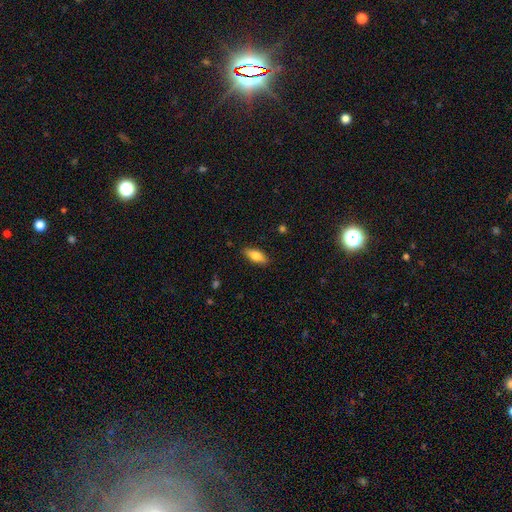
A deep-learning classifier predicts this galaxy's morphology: Smooth or featured?
  - smooth: 75% *
  - featured or disk: 18%
  - star or artifact: 7%
How rounded?
  - in between: 71% *
  - cigar-shaped: 26%
  - round: 2%
Merging?
  - none: 87% *
  - minor disturbance: 10%
  - major disturbance: 2%
  - merger: 1%